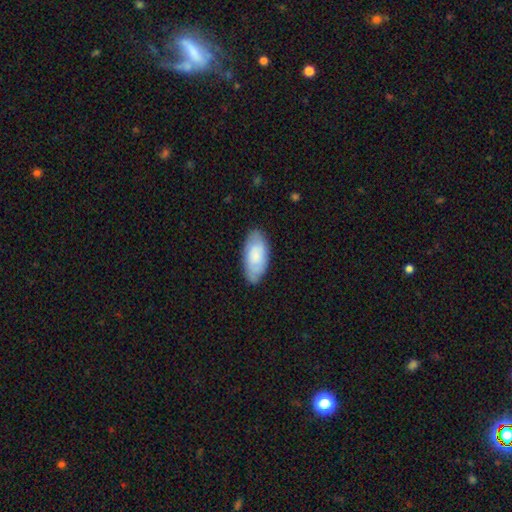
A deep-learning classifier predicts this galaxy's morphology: Smooth or featured? smooth (72%)
How rounded? in between (92%)
Merging? none (80%)